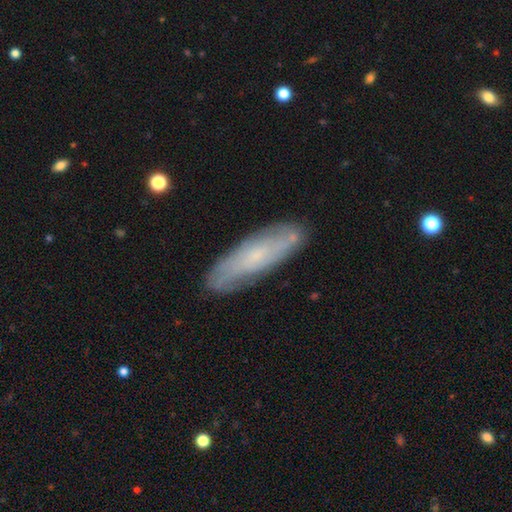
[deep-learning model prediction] Smooth or featured?
  - featured or disk: 51% *
  - smooth: 42%
  - star or artifact: 7%
Edge-on disk?
  - no: 72% *
  - yes: 28%
Merging?
  - none: 81% *
  - minor disturbance: 14%
  - major disturbance: 3%
  - merger: 2%